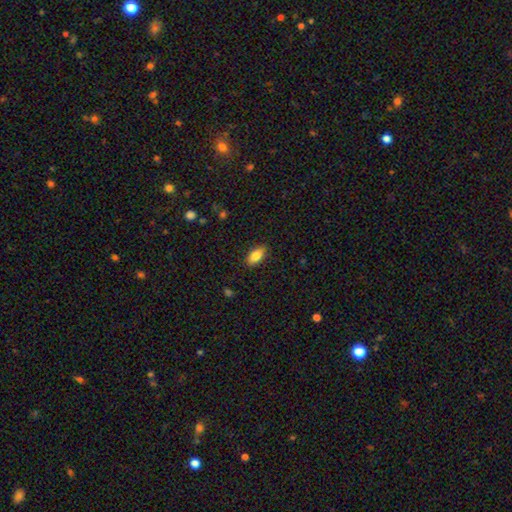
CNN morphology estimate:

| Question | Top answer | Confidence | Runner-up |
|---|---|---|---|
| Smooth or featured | smooth | 83% | featured or disk (10%) |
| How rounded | in between | 89% | cigar-shaped (7%) |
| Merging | none | 86% | minor disturbance (11%) |